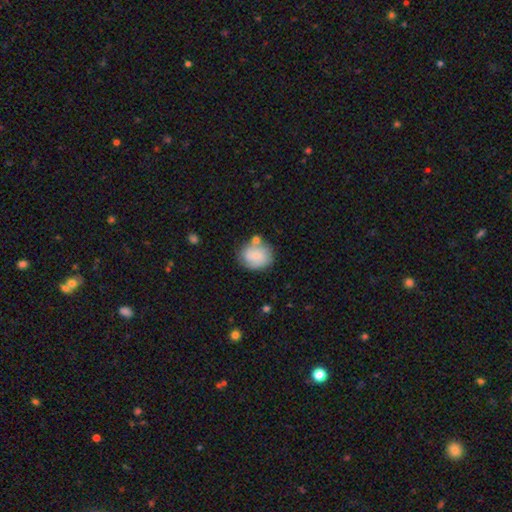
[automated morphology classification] A smooth galaxy with no disk features (69%) that is round (68%).

Vote fractions:
- Smooth or featured? smooth: 69% / featured or disk: 24% / star or artifact: 7%
- How rounded? round: 68% / in between: 31% / cigar-shaped: 1%
- Merging? none: 59% / minor disturbance: 19% / merger: 16% / major disturbance: 6%